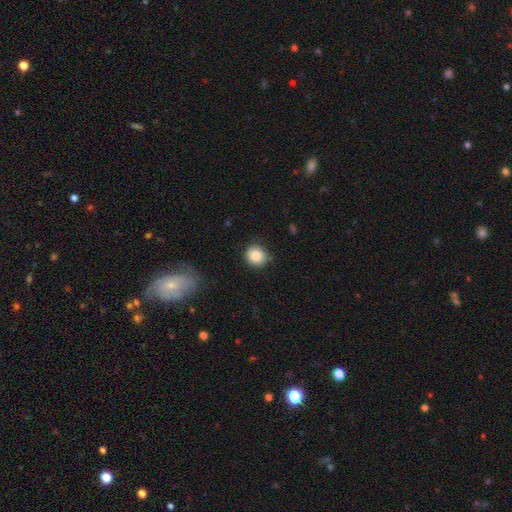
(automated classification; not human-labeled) A smooth galaxy with no disk features (86%) that is round (87%). Merging: none (83%).